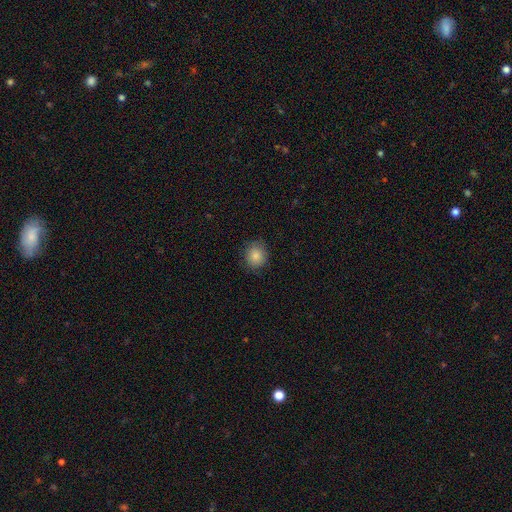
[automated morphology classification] Smooth or featured: smooth — 85% (star or artifact — 9%)
How rounded: round — 83% (in between — 17%)
Merging: none — 85% (minor disturbance — 12%)